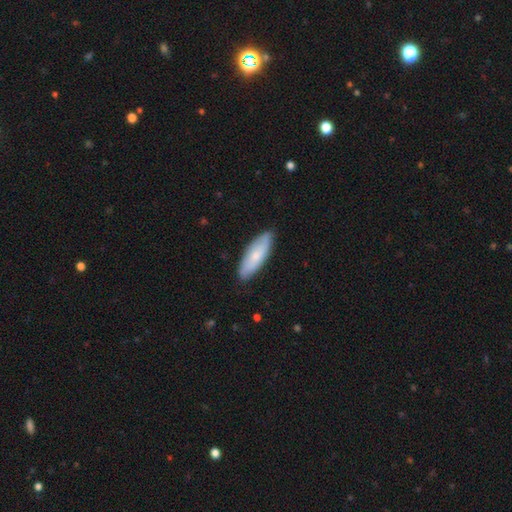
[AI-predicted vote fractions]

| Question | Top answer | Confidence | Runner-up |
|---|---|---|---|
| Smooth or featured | smooth | 66% | featured or disk (28%) |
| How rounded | in between | 61% | cigar-shaped (37%) |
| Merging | none | 86% | minor disturbance (11%) |